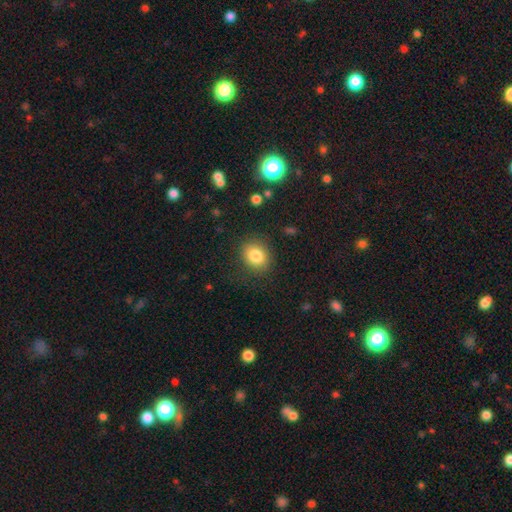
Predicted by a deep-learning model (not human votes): Smooth or featured? smooth (82%)
How rounded? round (64%)
Merging? none (83%)